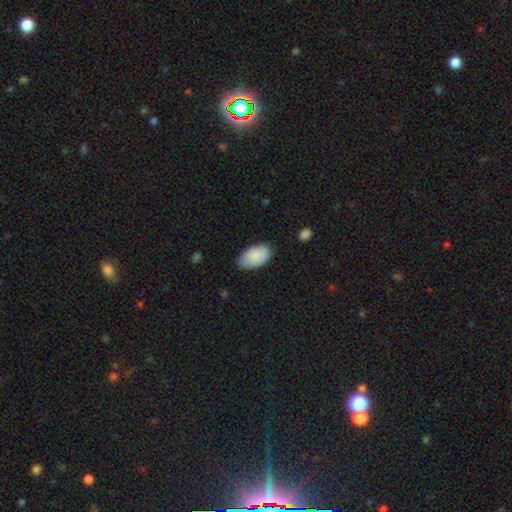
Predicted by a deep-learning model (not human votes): smooth-or-featured: smooth: 88% | featured or disk: 6% | star or artifact: 6%
  how-rounded: in between: 95% | round: 4% | cigar-shaped: 1%
  merging: none: 75% | minor disturbance: 20% | major disturbance: 3% | merger: 1%